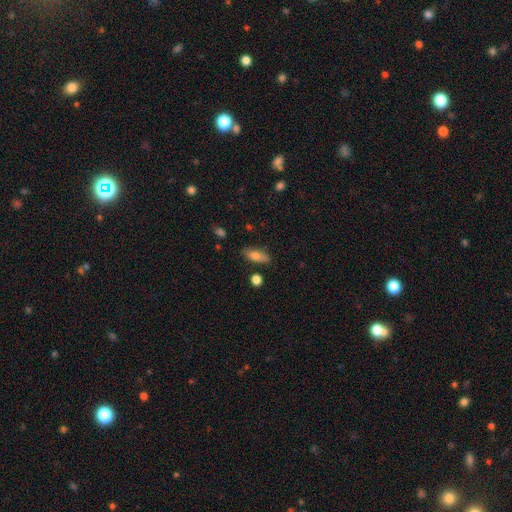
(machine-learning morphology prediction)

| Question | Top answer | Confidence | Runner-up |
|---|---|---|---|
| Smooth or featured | smooth | 74% | featured or disk (18%) |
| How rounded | in between | 72% | cigar-shaped (24%) |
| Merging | none | 82% | minor disturbance (12%) |